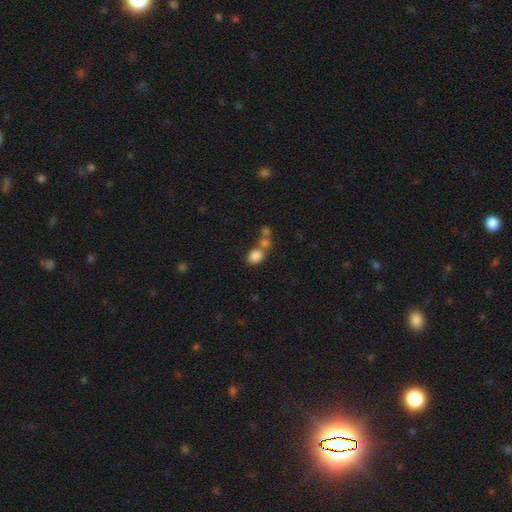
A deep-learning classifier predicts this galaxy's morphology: Smooth or featured?
  - smooth: 82% *
  - star or artifact: 11%
  - featured or disk: 8%
How rounded?
  - round: 58% *
  - in between: 40%
  - cigar-shaped: 1%
Merging?
  - merger: 44% *
  - none: 42%
  - minor disturbance: 9%
  - major disturbance: 5%